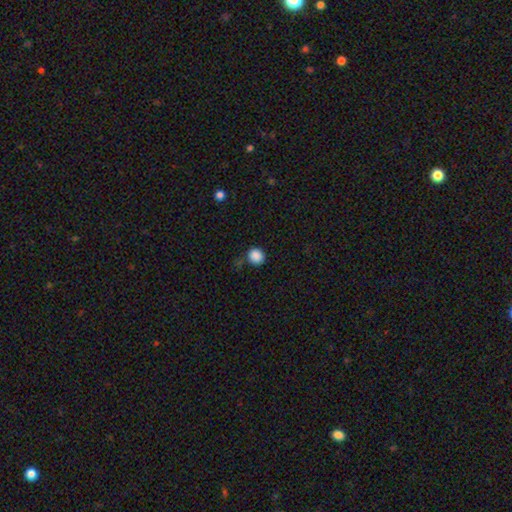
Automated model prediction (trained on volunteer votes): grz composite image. It shows a smooth galaxy with no disk features (87%) that is round (90%). Merging: none (80%).